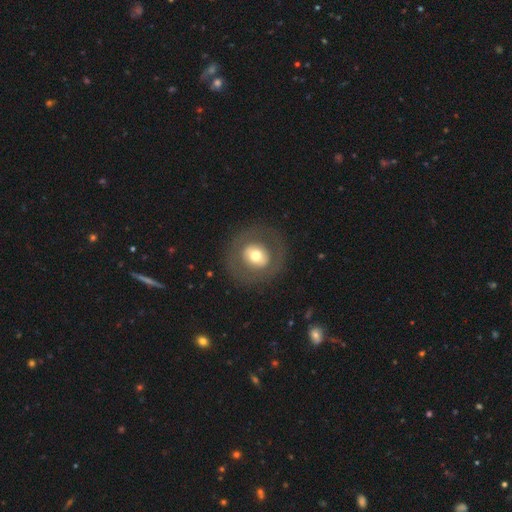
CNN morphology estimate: The model was most divided on "smooth or featured": smooth: 52%, featured or disk: 40%, star or artifact: 8%. More confident: how rounded — round (87%); merging — none (83%).